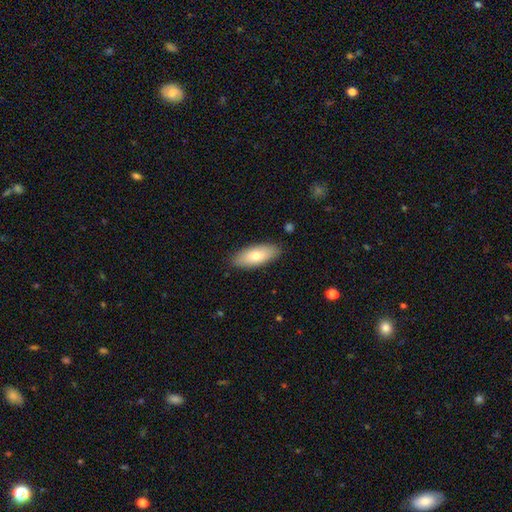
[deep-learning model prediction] A smooth galaxy with no disk features (75%) that is in between round and cigar-shaped (81%). Merging: none (87%).